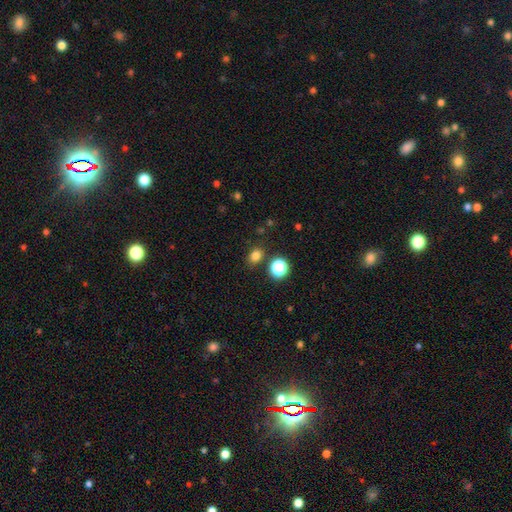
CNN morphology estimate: This appears to be a smooth galaxy with no disk features (79%) that is round (51%). Merging: none (82%).